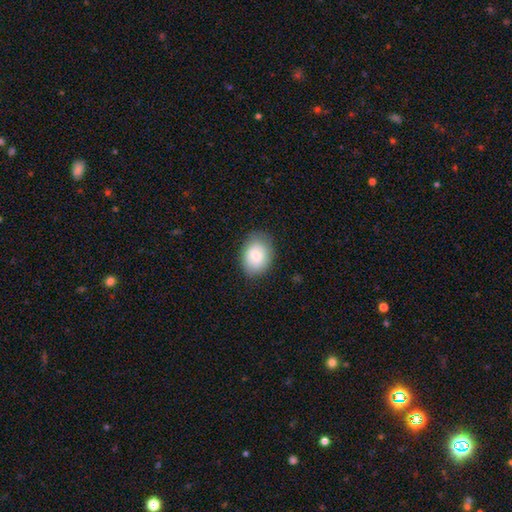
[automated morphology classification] Overall: smooth (80%). How rounded: in between (64%; round 35%). Merging: none (81%).